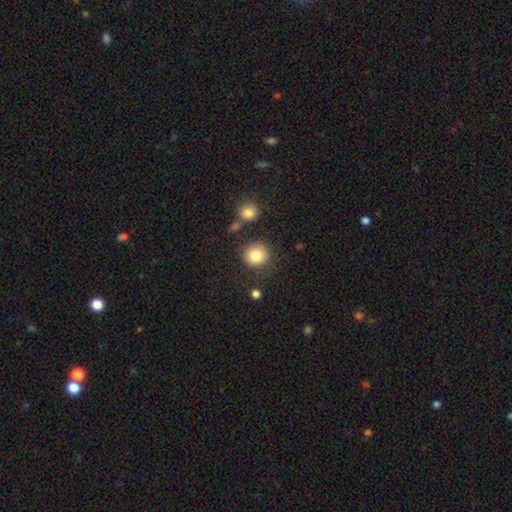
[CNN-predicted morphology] This is clearly a smooth galaxy (85%). How rounded: clearly round (89%). Merging: likely none (79%).